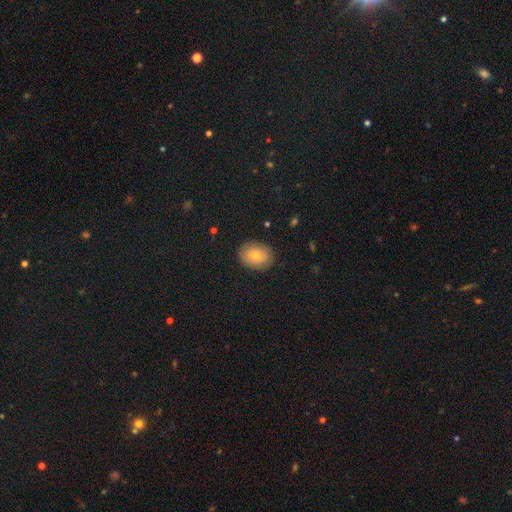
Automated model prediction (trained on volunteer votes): Smooth or featured: smooth — 75% (featured or disk — 17%)
How rounded: in between — 62% (round — 37%)
Merging: none — 85% (minor disturbance — 11%)